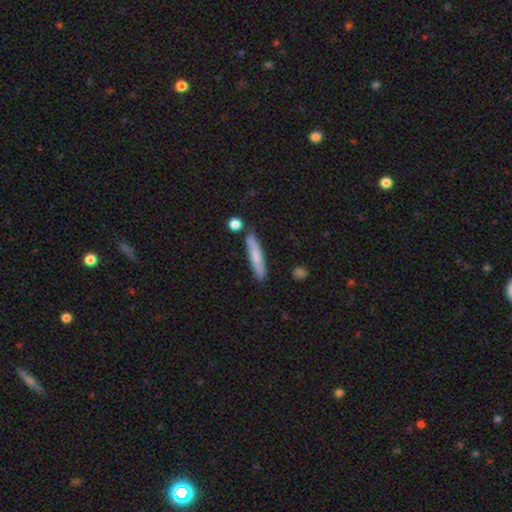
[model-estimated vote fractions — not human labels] A smooth galaxy with no disk features (72%) that is cigar-shaped (90%). Merging: none (82%).